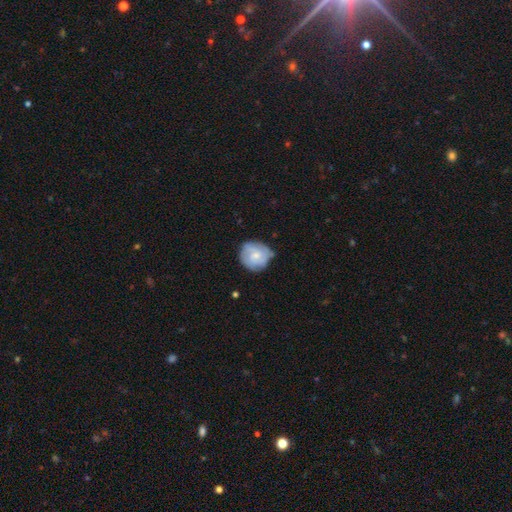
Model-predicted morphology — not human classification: The model was most divided on "smooth or featured": featured or disk: 56%, smooth: 38%, star or artifact: 6%. More confident: edge-on disk — no (98%); spiral arms — yes (85%); merging — none (69%); bar — no (65%); bulge size — small (55%).